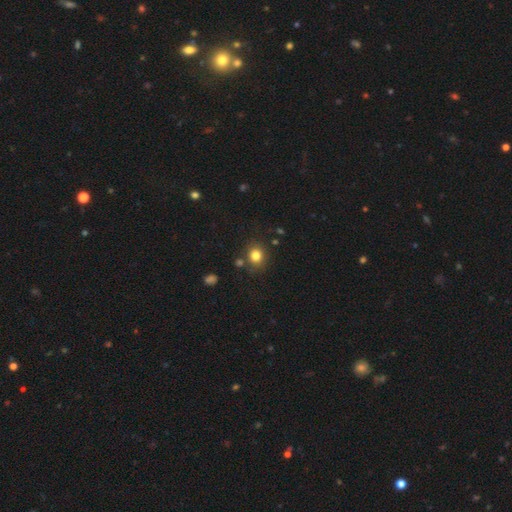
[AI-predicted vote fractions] Q: Smooth or featured?
A: smooth (81%); runner-up: star or artifact (13%)
Q: How rounded?
A: round (78%); runner-up: in between (21%)
Q: Merging?
A: none (80%); runner-up: minor disturbance (10%)